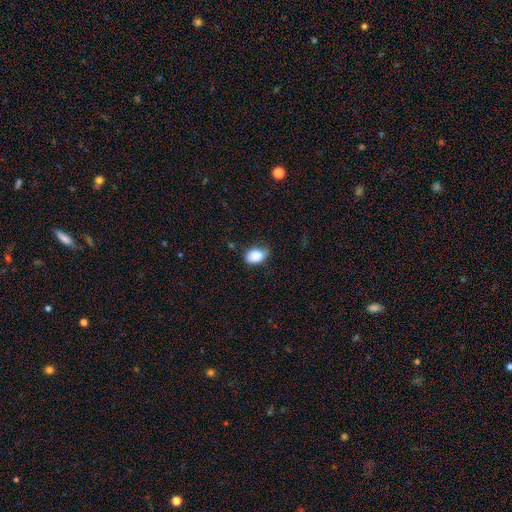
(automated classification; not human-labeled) Morphology: type=smooth (87%); roundness=in between (82%); merging=none (55%).